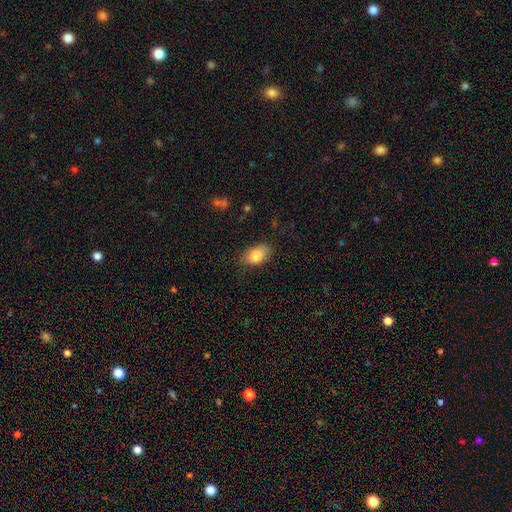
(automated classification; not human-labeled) The model was most divided on "merging": none: 75%, minor disturbance: 19%, major disturbance: 4%, merger: 1%. More confident: how rounded — in between (88%); smooth or featured — smooth (83%).